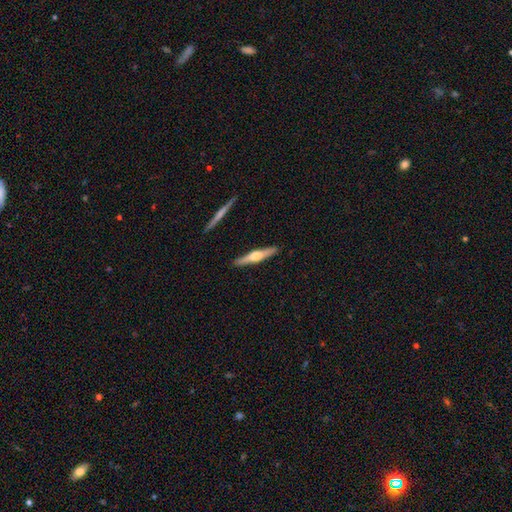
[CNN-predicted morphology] Q: Smooth or featured?
A: featured or disk (66%); runner-up: smooth (29%)
Q: Edge-on disk?
A: yes (97%); runner-up: no (3%)
Q: Edge-on bulge?
A: rounded (92%); runner-up: boxy (5%)
Q: Merging?
A: none (90%); runner-up: minor disturbance (7%)